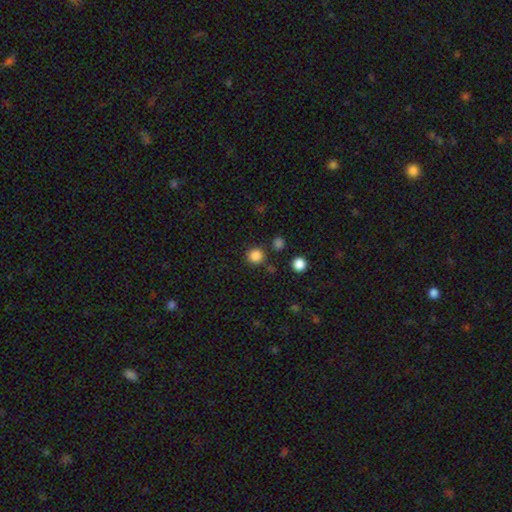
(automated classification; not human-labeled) Smooth or featured?
  - smooth: 84% *
  - star or artifact: 13%
  - featured or disk: 3%
How rounded?
  - round: 94% *
  - in between: 5%
  - cigar-shaped: 1%
Merging?
  - none: 86% *
  - minor disturbance: 7%
  - merger: 5%
  - major disturbance: 3%